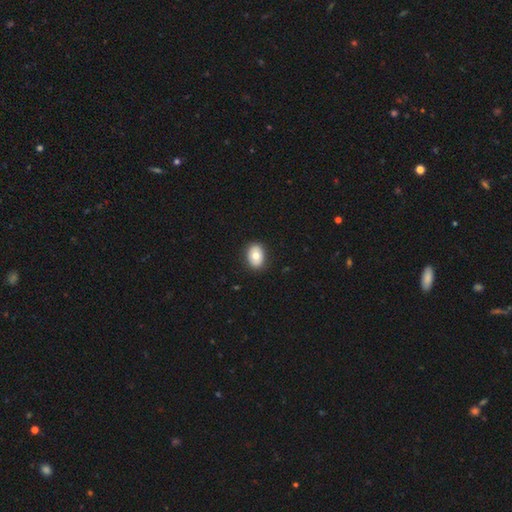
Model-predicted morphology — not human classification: This appears to be a smooth galaxy with no disk features (74%) that is in between round and cigar-shaped (74%). Merging: none (89%).